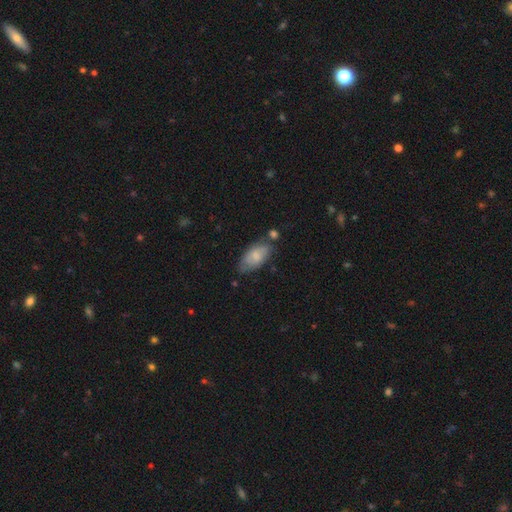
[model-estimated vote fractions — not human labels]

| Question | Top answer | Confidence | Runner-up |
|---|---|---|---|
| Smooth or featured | smooth | 72% | featured or disk (21%) |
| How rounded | in between | 91% | cigar-shaped (7%) |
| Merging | none | 59% | minor disturbance (26%) |